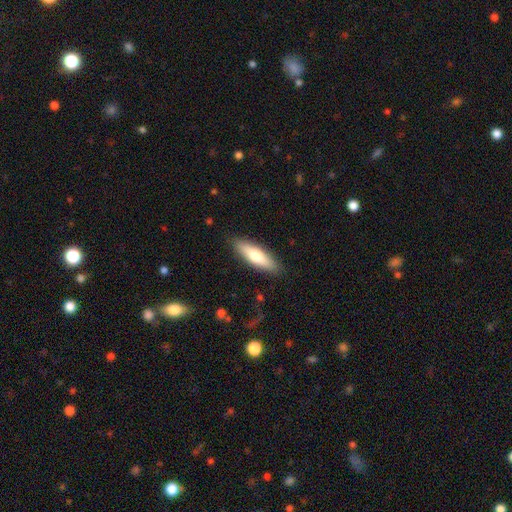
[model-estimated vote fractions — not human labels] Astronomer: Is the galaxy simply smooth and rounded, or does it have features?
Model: smooth — 66%.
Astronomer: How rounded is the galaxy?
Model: cigar-shaped — 57% (runner-up: in between, 41%).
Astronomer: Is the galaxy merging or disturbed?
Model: none — 87%.